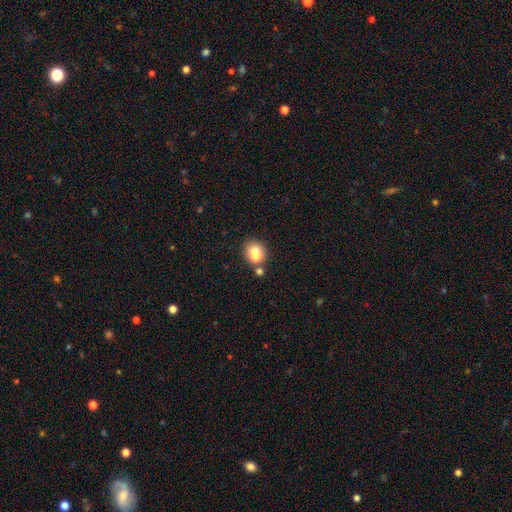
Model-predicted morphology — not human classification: Smooth or featured: smooth — 74% (featured or disk — 15%)
How rounded: round — 52% (in between — 47%)
Merging: none — 53% (merger — 28%)